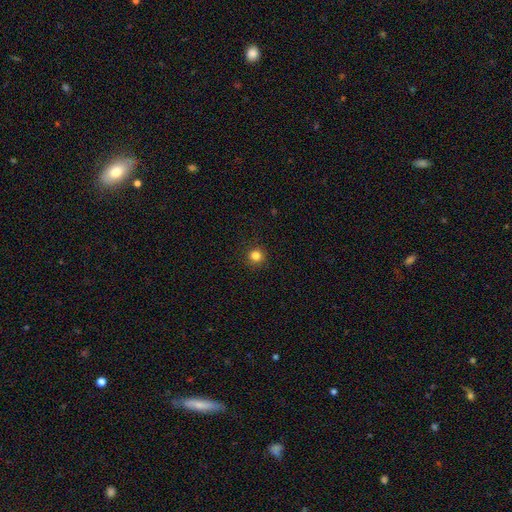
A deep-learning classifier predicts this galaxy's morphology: The model was most divided on "smooth or featured": smooth: 83%, star or artifact: 12%, featured or disk: 4%. More confident: how rounded — round (94%); merging — none (91%).